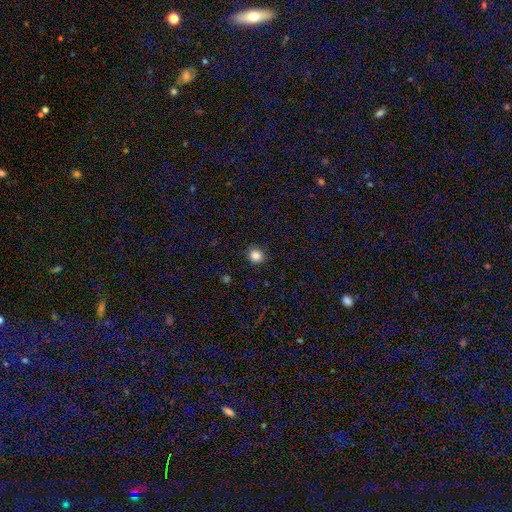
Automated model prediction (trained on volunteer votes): Smooth or featured: smooth — 85% (star or artifact — 11%)
How rounded: round — 88% (in between — 11%)
Merging: none — 89% (minor disturbance — 8%)